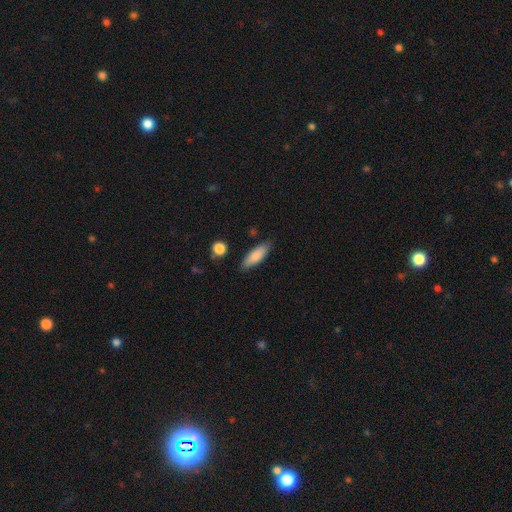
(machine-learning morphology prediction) A smooth galaxy with no disk features (83%) that is in between round and cigar-shaped (56%). Merging: none (83%).